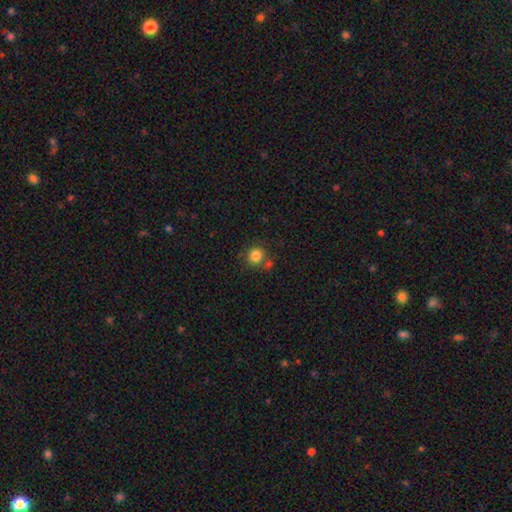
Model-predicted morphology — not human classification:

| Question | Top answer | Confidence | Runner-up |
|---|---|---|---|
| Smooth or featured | smooth | 83% | star or artifact (11%) |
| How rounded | round | 88% | in between (11%) |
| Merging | none | 69% | merger (16%) |